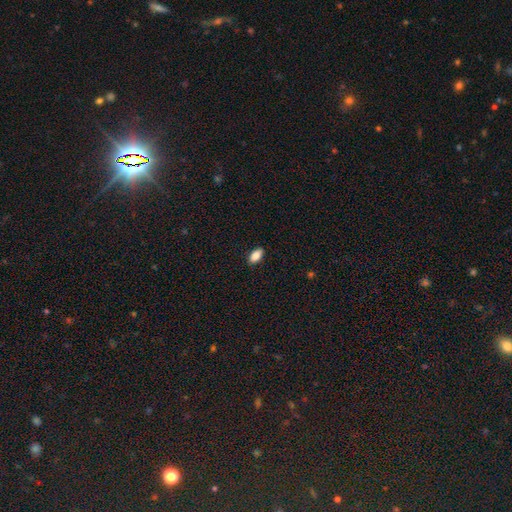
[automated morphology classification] A smooth galaxy with no disk features (87%) that is in between round and cigar-shaped (90%). Merging: none (87%).